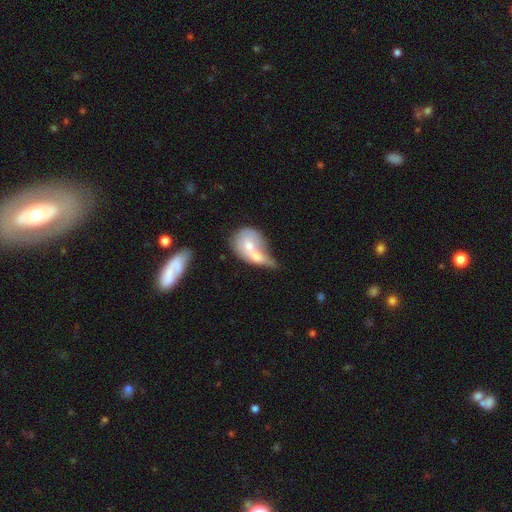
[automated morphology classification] smooth_or_featured: smooth (p=0.57) [alt: featured or disk p=0.36]
how_rounded: in between (p=0.50) [alt: round p=0.45]
merging: merger (p=0.69) [alt: none p=0.12]